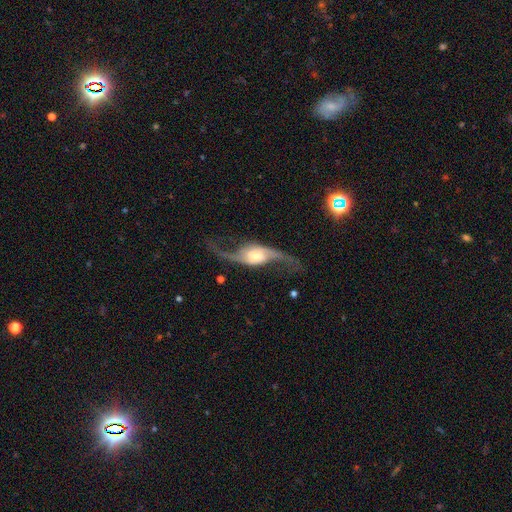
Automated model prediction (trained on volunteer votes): smooth_or_featured: featured or disk (p=0.89) [alt: smooth p=0.06]
disk_edge_on: no (p=0.91) [alt: yes p=0.09]
bar: weak (p=0.43) [alt: no p=0.32]
has_spiral_arms: yes (p=0.96) [alt: no p=0.04]
spiral_winding: loose (p=0.90) [alt: medium p=0.08]
spiral_arm_count: 2 (p=0.94) [alt: 1 p=0.02]
bulge_size: moderate (p=0.46) [alt: small p=0.25]
merging: none (p=0.69) [alt: minor disturbance p=0.14]